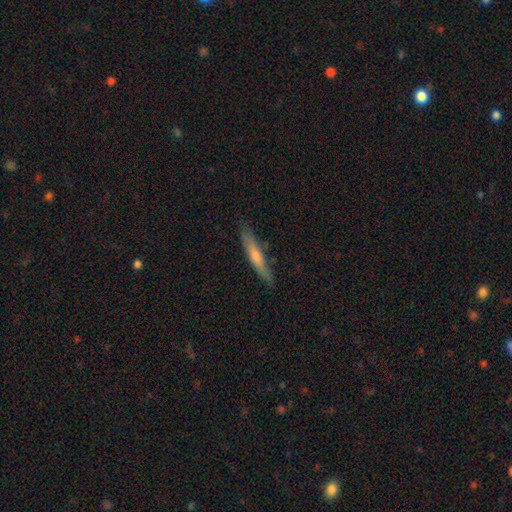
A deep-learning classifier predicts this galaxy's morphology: A smooth galaxy with no disk features (50%).

Vote fractions:
- Smooth or featured? smooth: 50% / featured or disk: 44% / star or artifact: 6%
- Merging? none: 85% / minor disturbance: 12% / major disturbance: 2% / merger: 1%